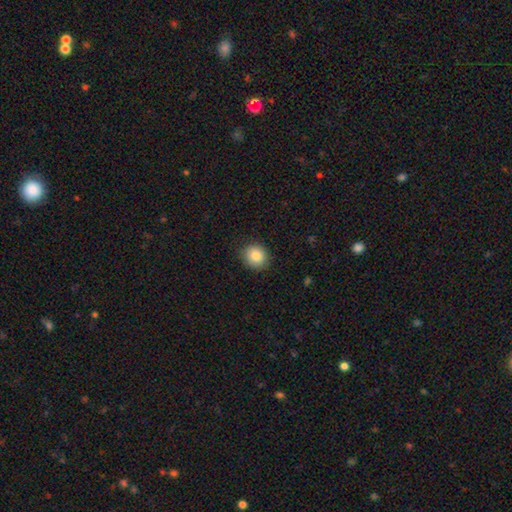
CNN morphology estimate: Smooth or featured? Predicted: smooth (p=0.84). How rounded? Predicted: round (p=0.84). Merging? Predicted: none (p=0.89).